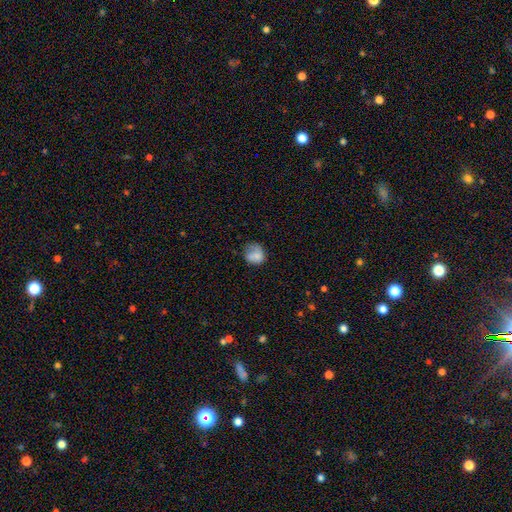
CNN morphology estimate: A smooth galaxy with no disk features (74%) that is round (70%). Merging: none (47%).